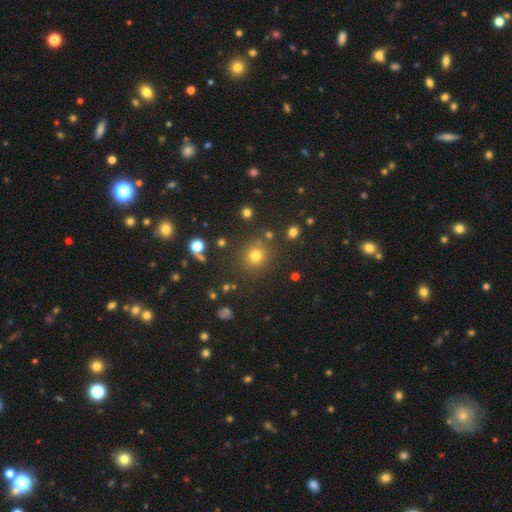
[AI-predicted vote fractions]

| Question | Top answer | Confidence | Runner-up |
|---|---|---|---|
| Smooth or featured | smooth | 74% | star or artifact (19%) |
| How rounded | round | 90% | in between (9%) |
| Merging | none | 84% | minor disturbance (8%) |